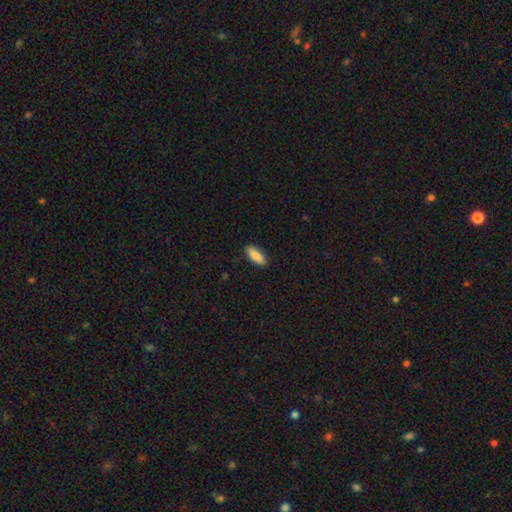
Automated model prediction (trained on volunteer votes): This is clearly a smooth galaxy (85%). How rounded: likely in between (70%). Merging: clearly none (88%).